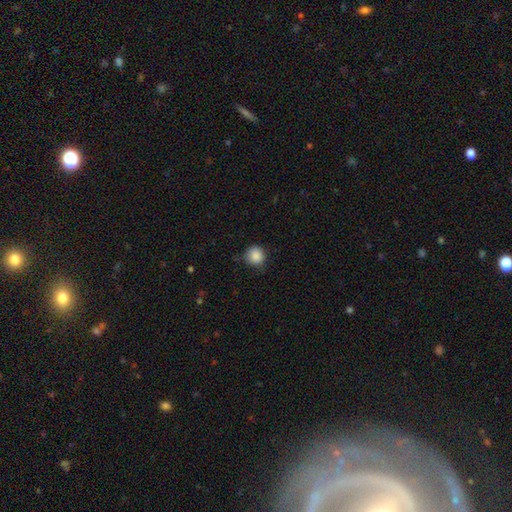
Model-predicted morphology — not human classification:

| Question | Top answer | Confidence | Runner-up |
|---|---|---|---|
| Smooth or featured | smooth | 87% | star or artifact (9%) |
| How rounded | round | 91% | in between (9%) |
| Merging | none | 80% | minor disturbance (16%) |